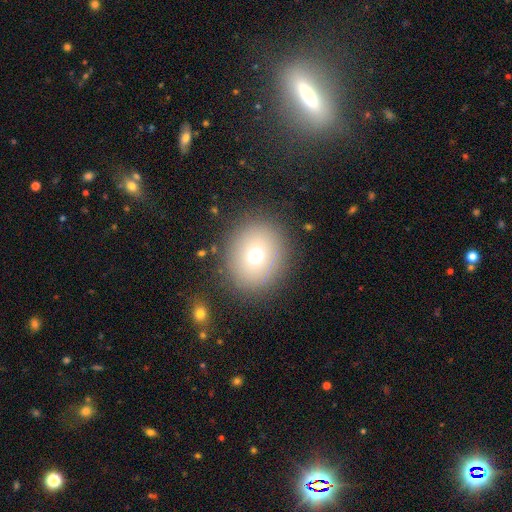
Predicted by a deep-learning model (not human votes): The model was most divided on "smooth or featured": smooth: 69%, star or artifact: 17%, featured or disk: 14%. More confident: merging — none (86%); how rounded — round (78%).